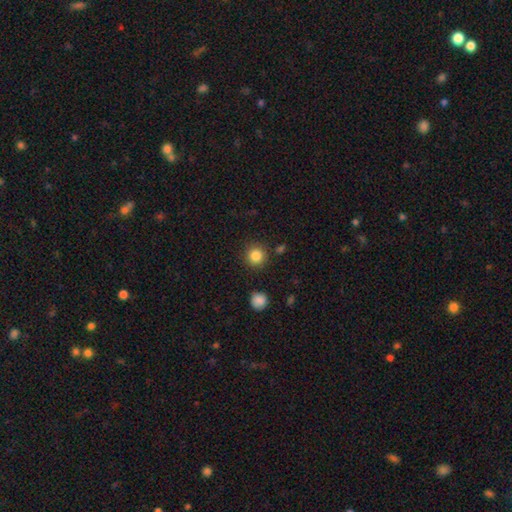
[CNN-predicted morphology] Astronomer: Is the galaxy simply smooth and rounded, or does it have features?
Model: smooth — 84%.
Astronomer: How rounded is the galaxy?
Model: round — 94%.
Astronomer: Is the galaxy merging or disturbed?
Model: none — 88%.